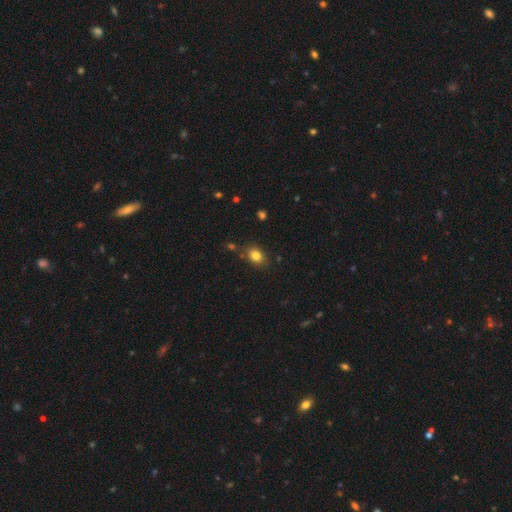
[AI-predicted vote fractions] smooth-or-featured: smooth: 81% | star or artifact: 11% | featured or disk: 7%
  how-rounded: in between: 57% | round: 42% | cigar-shaped: 1%
  merging: none: 79% | minor disturbance: 13% | merger: 5% | major disturbance: 3%